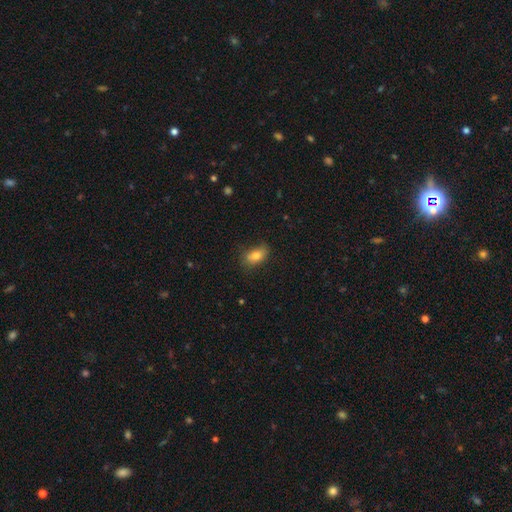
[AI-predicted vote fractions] Smooth or featured? Predicted: smooth (p=0.80). How rounded? Predicted: in between (p=0.87). Merging? Predicted: none (p=0.67).